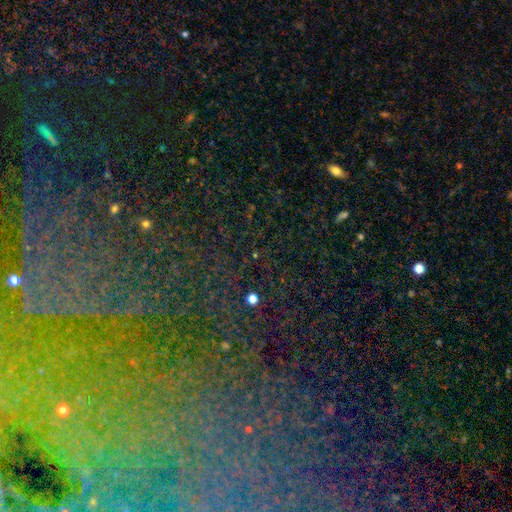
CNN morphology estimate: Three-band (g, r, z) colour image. It shows a star or artifact, not a galaxy (75%).